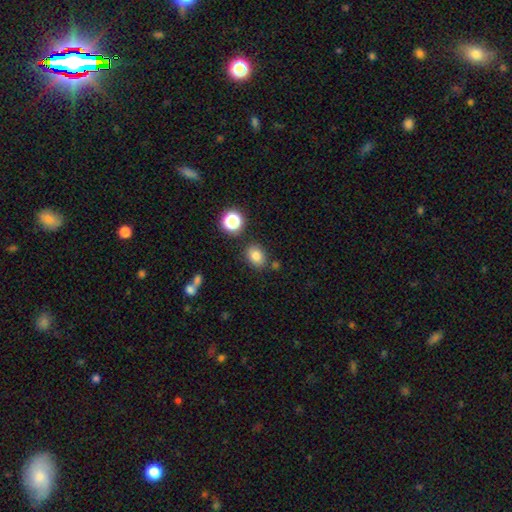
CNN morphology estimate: Smooth or featured? smooth (81%)
How rounded? in between (58%)
Merging? none (78%)